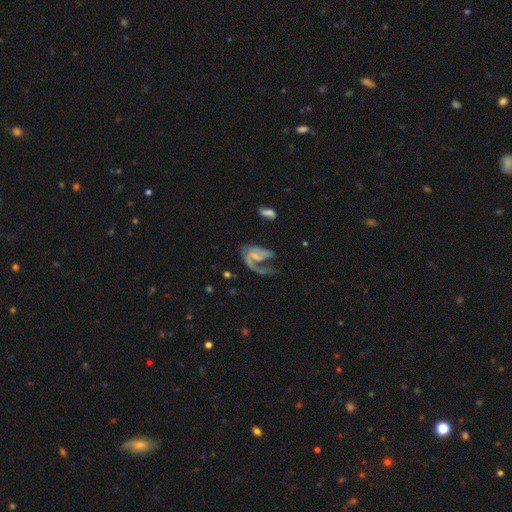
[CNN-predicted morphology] Smooth or featured? Predicted: featured or disk (p=0.79). Edge-on disk? Predicted: no (p=0.98). Bar? Predicted: no (p=0.46). Spiral arms? Predicted: yes (p=0.87). Spiral winding? Predicted: loose (p=0.43). Spiral arm count? Predicted: 1 (p=0.58). Bulge size? Predicted: small (p=0.48). Merging? Predicted: major disturbance (p=0.50).